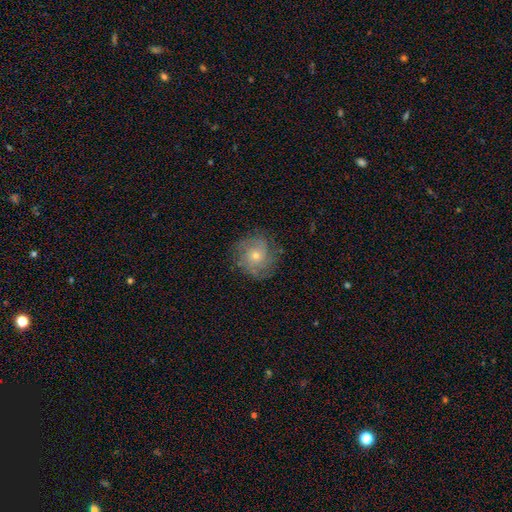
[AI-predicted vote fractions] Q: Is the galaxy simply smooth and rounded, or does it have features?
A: featured or disk — 63%.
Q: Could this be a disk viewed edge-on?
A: no — 97%.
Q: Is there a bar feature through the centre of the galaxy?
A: no — 81%.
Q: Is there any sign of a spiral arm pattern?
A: yes — 87%.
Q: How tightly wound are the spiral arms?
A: tight — 53%.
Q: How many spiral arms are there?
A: can't tell — 35%.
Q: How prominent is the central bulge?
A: small — 53%.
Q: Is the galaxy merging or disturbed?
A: none — 79%.